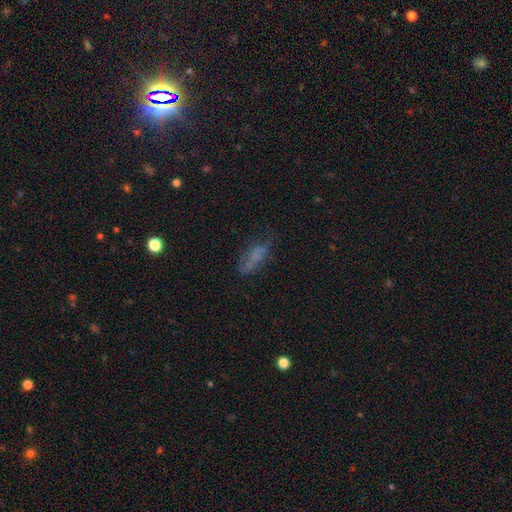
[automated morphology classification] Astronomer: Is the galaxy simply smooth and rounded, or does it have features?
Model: smooth — 52% (runner-up: featured or disk, 31%).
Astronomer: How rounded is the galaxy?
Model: in between — 65%.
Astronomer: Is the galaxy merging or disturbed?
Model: none — 49% (runner-up: minor disturbance, 26%).